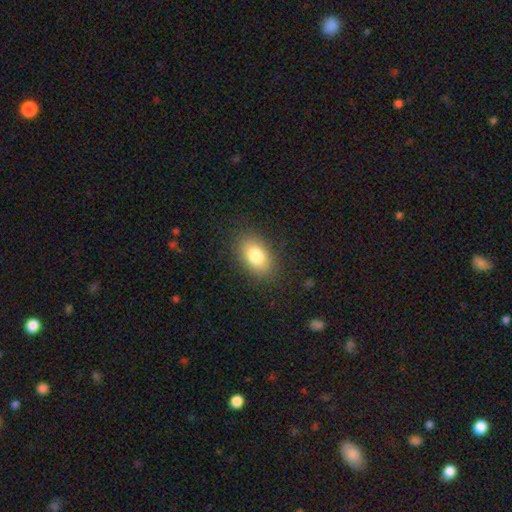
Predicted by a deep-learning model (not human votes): Smooth or featured?
  - smooth: 81% *
  - featured or disk: 10%
  - star or artifact: 9%
How rounded?
  - in between: 87% *
  - round: 11%
  - cigar-shaped: 2%
Merging?
  - none: 85% *
  - minor disturbance: 10%
  - major disturbance: 4%
  - merger: 1%